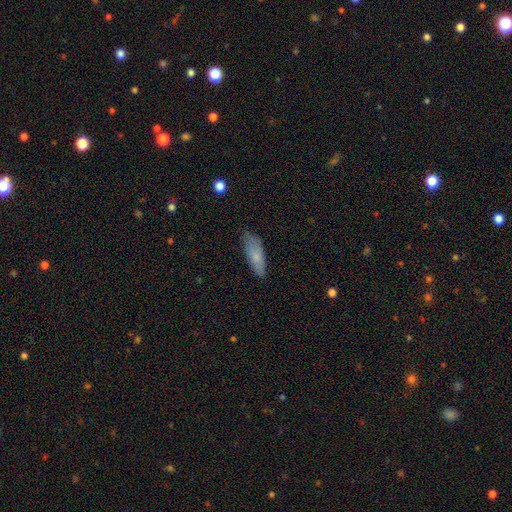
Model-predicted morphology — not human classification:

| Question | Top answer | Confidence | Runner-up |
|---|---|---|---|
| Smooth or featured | smooth | 76% | featured or disk (18%) |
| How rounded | in between | 64% | cigar-shaped (34%) |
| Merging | none | 77% | minor disturbance (19%) |